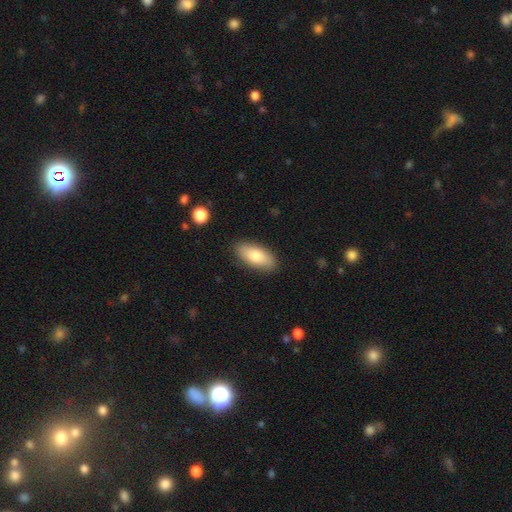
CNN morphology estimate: This appears to be a smooth galaxy with no disk features (78%) that is in between round and cigar-shaped (84%). Merging: none (87%).